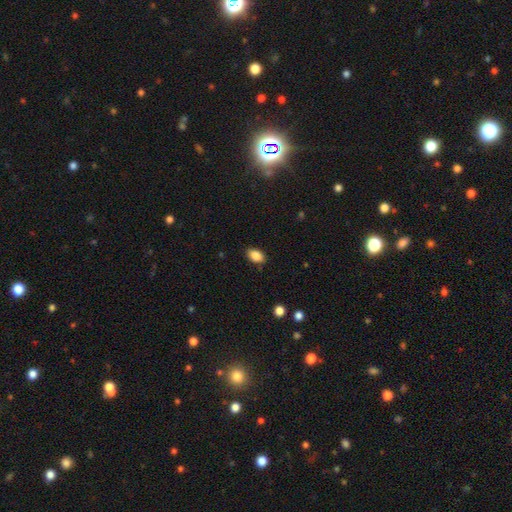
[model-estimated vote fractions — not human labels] Smooth or featured? Predicted: smooth (p=0.87). How rounded? Predicted: in between (p=0.85). Merging? Predicted: none (p=0.86).